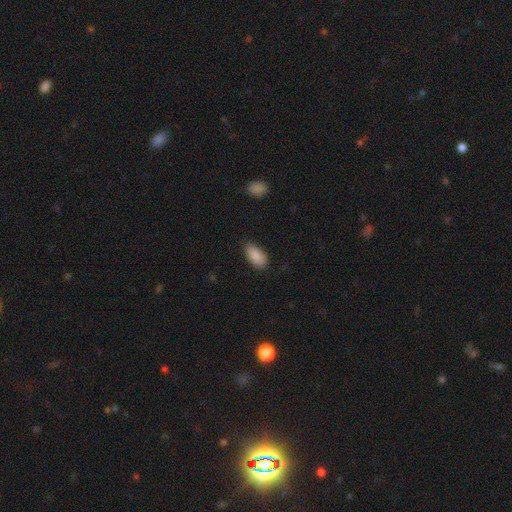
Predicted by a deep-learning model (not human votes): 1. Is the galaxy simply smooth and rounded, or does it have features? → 89% smooth, 7% star or artifact, 4% featured or disk.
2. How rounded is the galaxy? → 93% in between, 5% cigar-shaped, 3% round.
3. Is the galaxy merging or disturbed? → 83% none, 13% minor disturbance, 3% major disturbance, 1% merger.